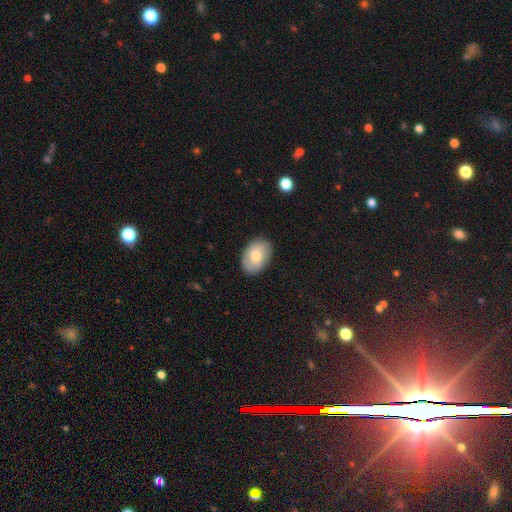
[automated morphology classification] Smooth or featured: smooth — 75% (featured or disk — 19%)
How rounded: in between — 85% (round — 14%)
Merging: none — 87% (minor disturbance — 10%)